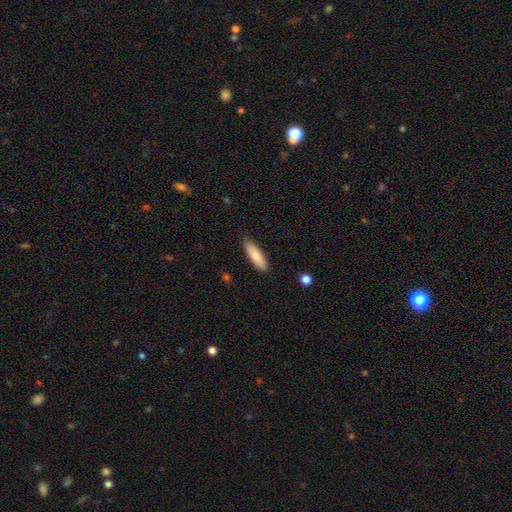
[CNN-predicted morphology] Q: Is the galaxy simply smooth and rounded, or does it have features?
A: smooth — 83%.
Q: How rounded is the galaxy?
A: cigar-shaped — 53%.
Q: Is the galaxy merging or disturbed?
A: none — 86%.